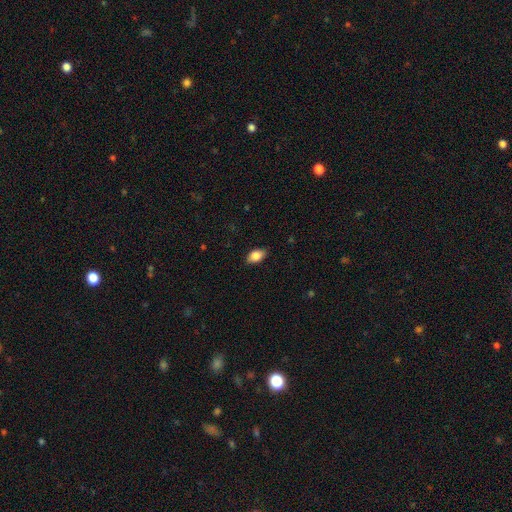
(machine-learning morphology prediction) type=smooth (84%); roundness=in between (89%); merging=none (85%).